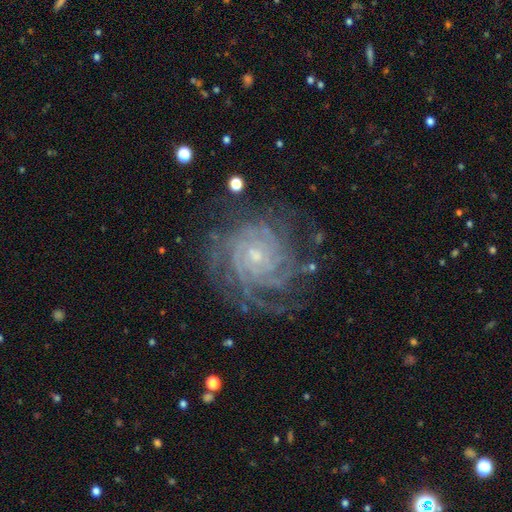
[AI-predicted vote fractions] Smooth or featured? featured or disk (89%)
Edge-on disk? no (98%)
Bar? no (67%)
Spiral arms? yes (98%)
Spiral winding? tight (80%)
Spiral arm count? 4 (26%)
Bulge size? small (74%)
Merging? none (73%)